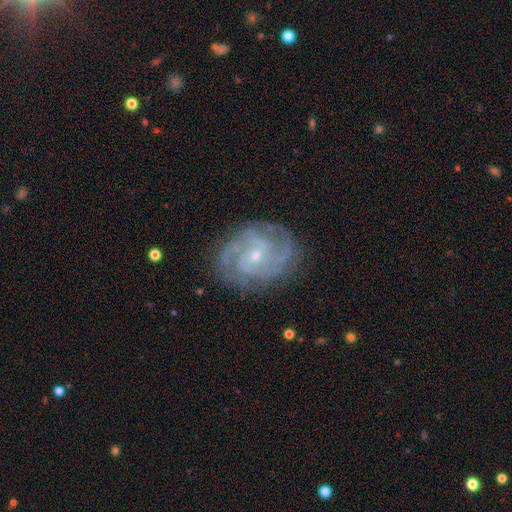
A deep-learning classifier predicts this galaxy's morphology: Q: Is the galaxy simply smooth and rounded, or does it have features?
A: featured or disk — 89%.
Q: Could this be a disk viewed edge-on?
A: no — 97%.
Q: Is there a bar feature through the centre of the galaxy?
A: no — 55%.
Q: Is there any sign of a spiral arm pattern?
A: yes — 97%.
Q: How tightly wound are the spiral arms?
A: tight — 54%.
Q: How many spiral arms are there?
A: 2 — 36%.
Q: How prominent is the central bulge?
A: small — 73%.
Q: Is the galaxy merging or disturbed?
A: none — 79%.